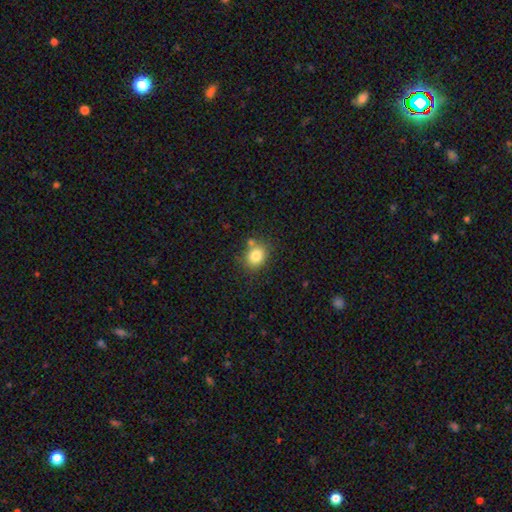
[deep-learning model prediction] A smooth galaxy with no disk features (81%) that is round (61%).

Vote fractions:
- Smooth or featured? smooth: 81% / star or artifact: 11% / featured or disk: 8%
- How rounded? round: 61% / in between: 38% / cigar-shaped: 1%
- Merging? none: 71% / minor disturbance: 14% / merger: 11% / major disturbance: 4%